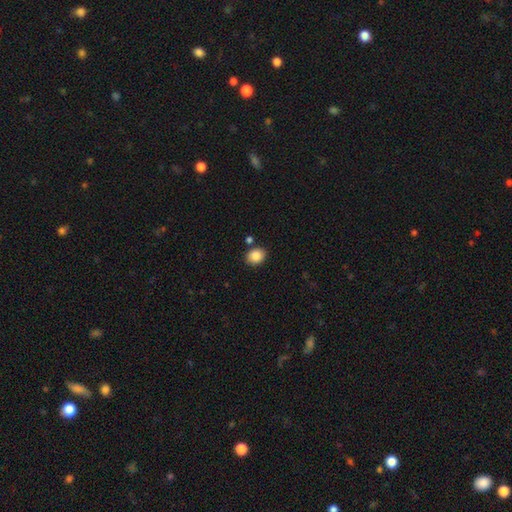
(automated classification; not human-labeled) smooth_or_featured: smooth (p=0.87) [alt: star or artifact p=0.08]
how_rounded: round (p=0.51) [alt: in between p=0.48]
merging: none (p=0.84) [alt: minor disturbance p=0.09]